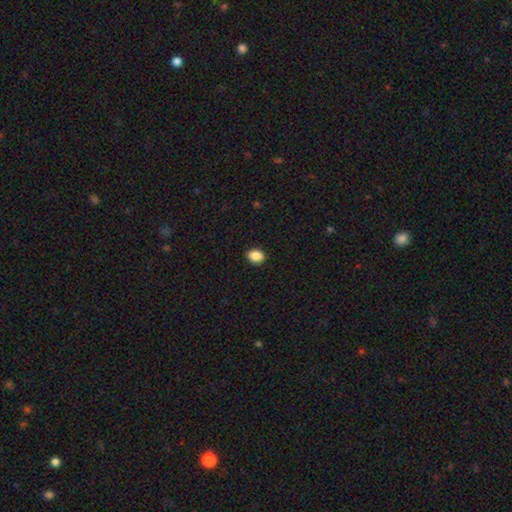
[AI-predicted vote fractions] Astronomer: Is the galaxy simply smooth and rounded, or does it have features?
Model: smooth — 88%.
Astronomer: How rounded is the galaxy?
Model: in between — 63%.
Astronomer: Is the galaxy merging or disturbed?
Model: none — 90%.